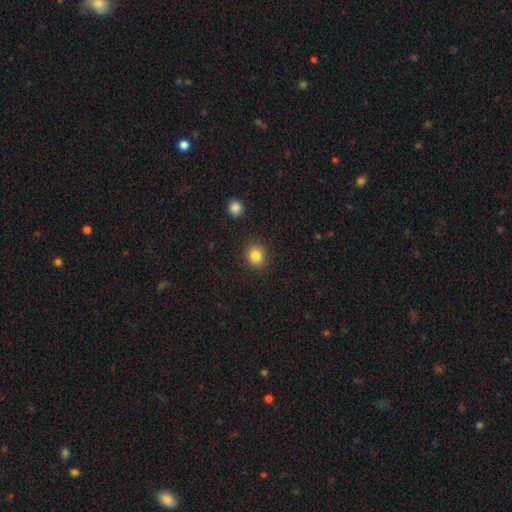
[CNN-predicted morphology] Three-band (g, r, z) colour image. It shows a smooth galaxy with no disk features (85%) that is round (80%). Merging: none (88%).